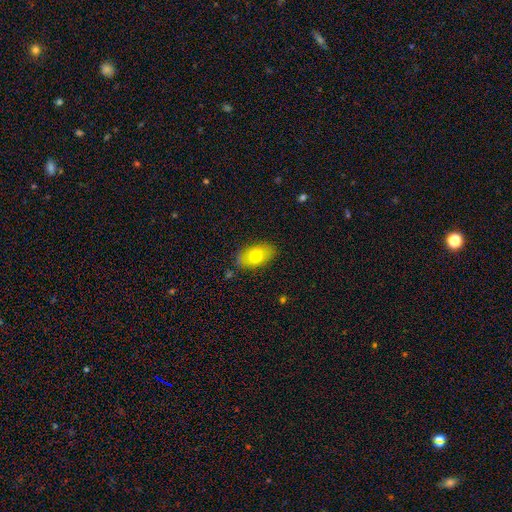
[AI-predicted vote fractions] A smooth galaxy with no disk features (74%) that is in between round and cigar-shaped (88%).

Vote fractions:
- Smooth or featured? smooth: 74% / featured or disk: 18% / star or artifact: 8%
- How rounded? in between: 88% / round: 10% / cigar-shaped: 2%
- Merging? none: 81% / minor disturbance: 14% / major disturbance: 3% / merger: 2%